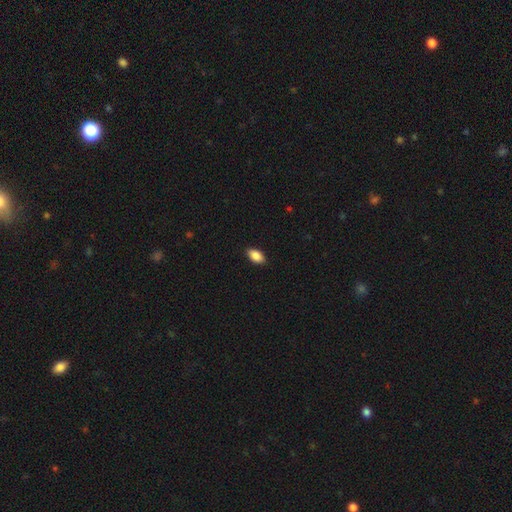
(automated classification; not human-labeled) smooth 89%, star or artifact 7%, featured or disk 4%. Down the decision tree: how rounded — in between (93%); merging — none (89%).